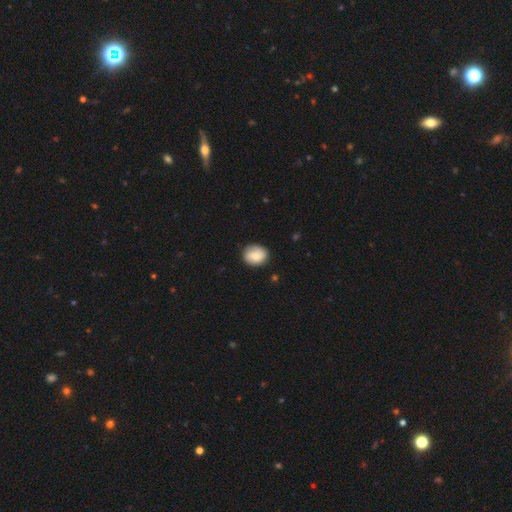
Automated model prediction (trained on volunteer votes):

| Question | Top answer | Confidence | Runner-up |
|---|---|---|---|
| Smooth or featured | smooth | 75% | featured or disk (18%) |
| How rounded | round | 66% | in between (34%) |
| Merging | none | 81% | minor disturbance (15%) |